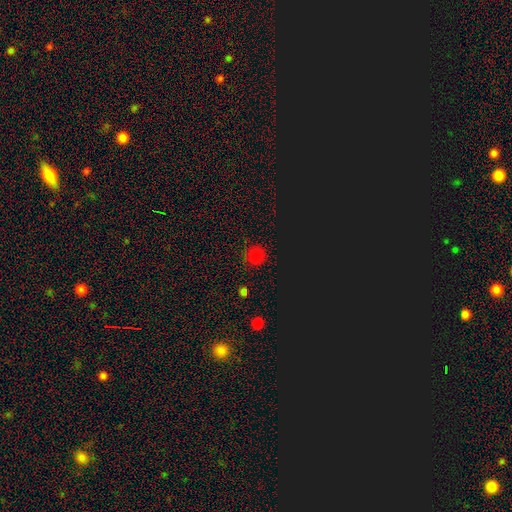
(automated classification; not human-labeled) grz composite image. It shows a smooth galaxy with no disk features (62%) that is round (90%). Merging: none (83%).